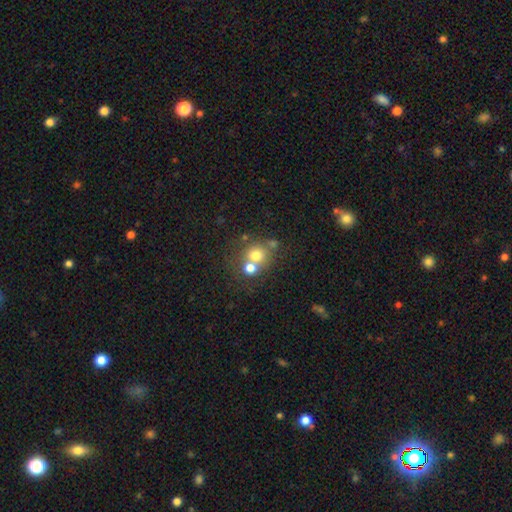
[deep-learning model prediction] Overall: smooth (69%). How rounded: round (82%). Merging: none (45%; merger 43%).